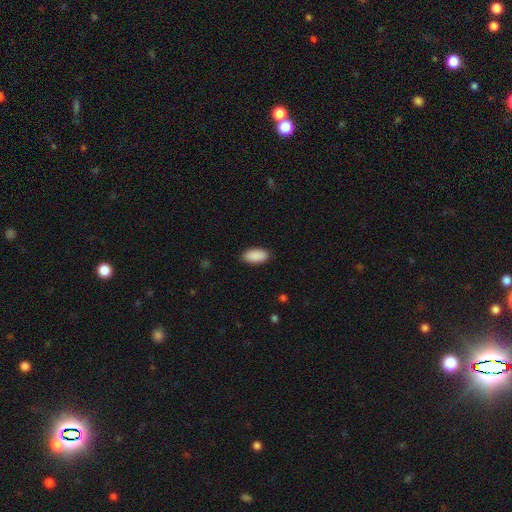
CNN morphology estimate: Smooth or featured? Predicted: smooth (p=0.91). How rounded? Predicted: in between (p=0.94). Merging? Predicted: none (p=0.89).